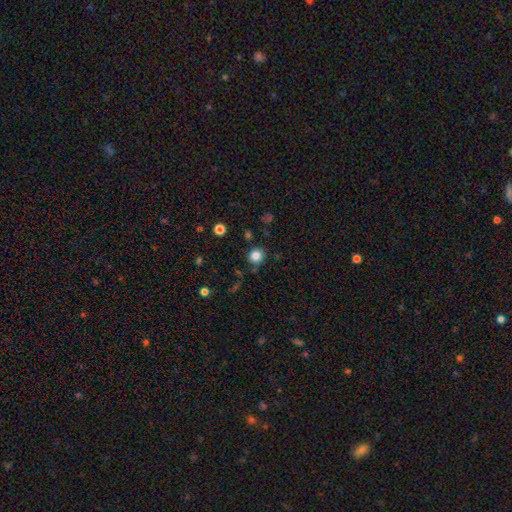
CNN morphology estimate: smooth_or_featured: smooth (p=0.83) [alt: star or artifact p=0.12]
how_rounded: round (p=0.88) [alt: in between p=0.11]
merging: none (p=0.83) [alt: minor disturbance p=0.10]